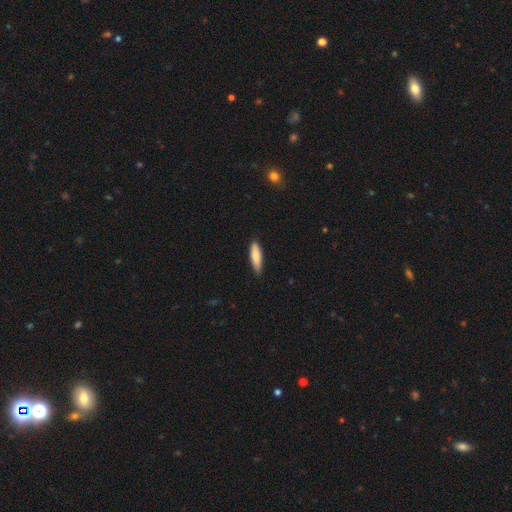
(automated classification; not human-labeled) A smooth galaxy with no disk features (82%) that is cigar-shaped (66%).

Vote fractions:
- Smooth or featured? smooth: 82% / featured or disk: 13% / star or artifact: 6%
- How rounded? cigar-shaped: 66% / in between: 33% / round: 1%
- Merging? none: 84% / minor disturbance: 13% / major disturbance: 2% / merger: 1%